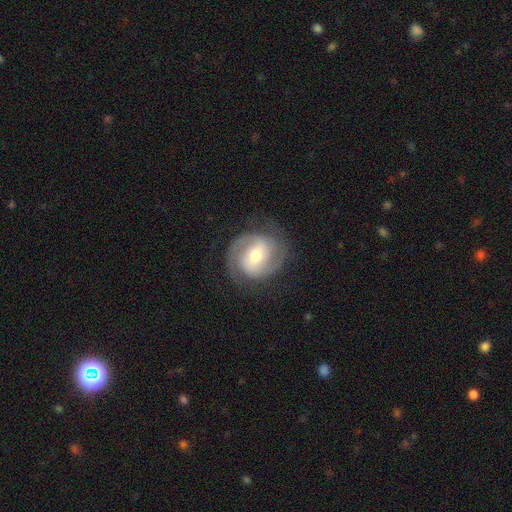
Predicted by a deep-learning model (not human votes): featured or disk 85%, smooth 10%, star or artifact 5%. Down the decision tree: edge-on disk — no (98%); bar — weak (42%); spiral arms — yes (96%); spiral arm count — 2 (88%); spiral winding — tight (49%); bulge size — moderate (67%); merging — none (80%).